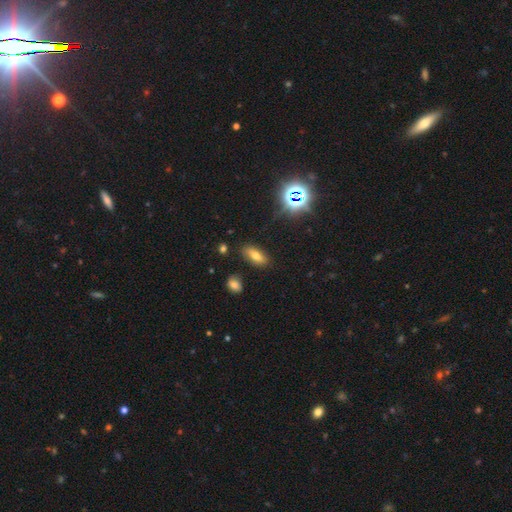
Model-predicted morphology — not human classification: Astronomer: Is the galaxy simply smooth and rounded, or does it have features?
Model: smooth — 64%.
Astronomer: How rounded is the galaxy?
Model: in between — 79%.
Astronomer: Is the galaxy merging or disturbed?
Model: none — 84%.